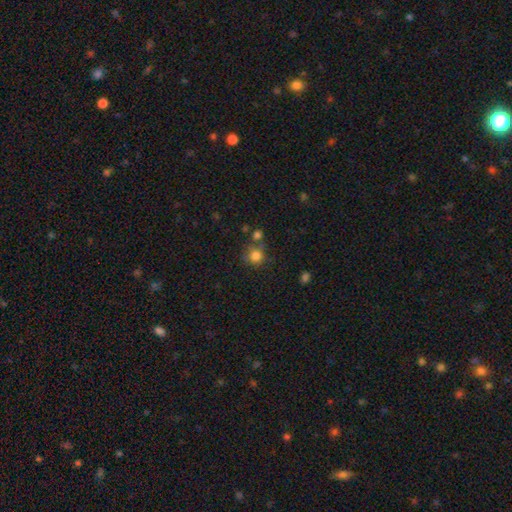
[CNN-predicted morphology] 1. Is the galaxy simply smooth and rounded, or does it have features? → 81% smooth, 12% star or artifact, 7% featured or disk.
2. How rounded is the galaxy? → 88% round, 11% in between, 1% cigar-shaped.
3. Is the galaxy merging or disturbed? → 62% none, 17% merger, 15% minor disturbance, 6% major disturbance.